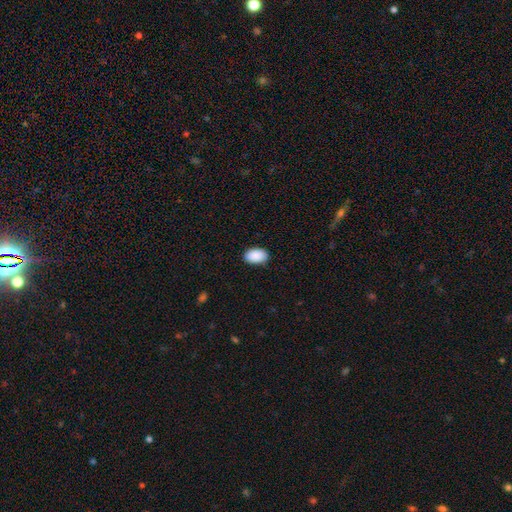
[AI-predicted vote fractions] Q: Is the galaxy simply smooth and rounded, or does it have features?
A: smooth — 91%.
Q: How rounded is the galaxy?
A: in between — 92%.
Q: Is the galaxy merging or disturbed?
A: none — 88%.